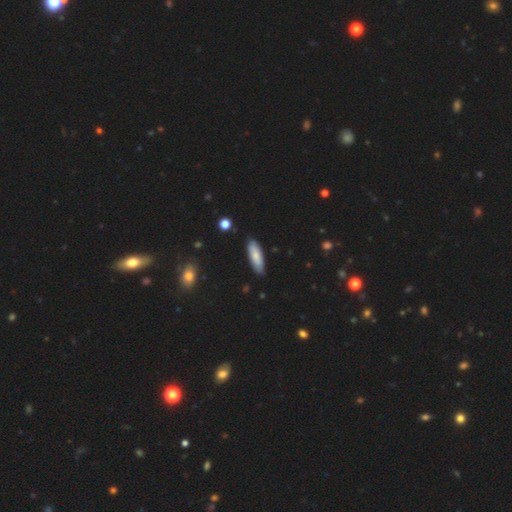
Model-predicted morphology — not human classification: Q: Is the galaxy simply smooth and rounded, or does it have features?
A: smooth — 75%.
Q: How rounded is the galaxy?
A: in between — 52%.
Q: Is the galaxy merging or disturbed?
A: none — 84%.